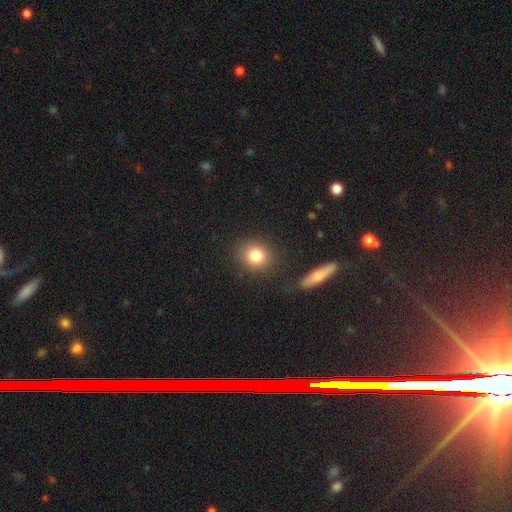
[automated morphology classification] The model was most divided on "how rounded": round: 73%, in between: 26%, cigar-shaped: 1%. More confident: merging — none (85%); smooth or featured — smooth (81%).